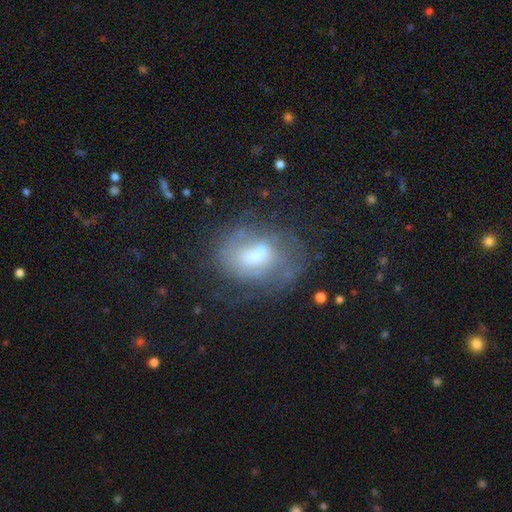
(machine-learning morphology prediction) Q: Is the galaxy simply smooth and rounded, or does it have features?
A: featured or disk — 50%.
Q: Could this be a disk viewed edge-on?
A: no — 96%.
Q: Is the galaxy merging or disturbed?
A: none — 47%.